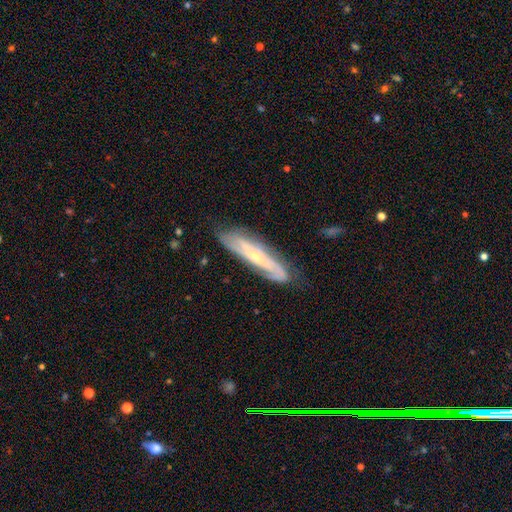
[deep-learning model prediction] Smooth or featured: featured or disk — 74% (smooth — 20%)
Edge-on disk: no — 65% (yes — 35%)
Merging: none — 73% (minor disturbance — 20%)